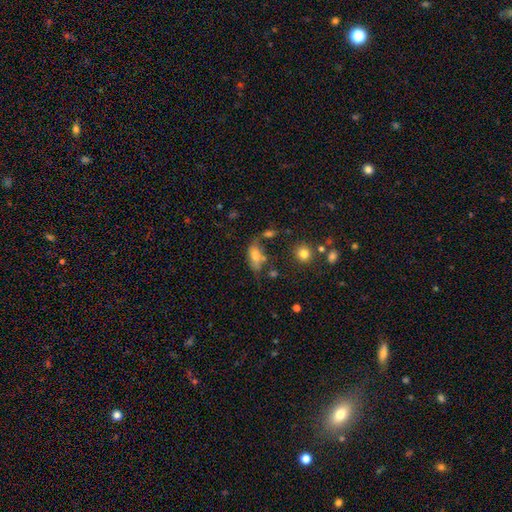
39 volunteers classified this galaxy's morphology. Q: Smooth or featured?
A: smooth (82%); runner-up: star or artifact (10%)
Q: How rounded?
A: in between (91%); runner-up: cigar-shaped (9%)
Q: Merging?
A: none (46%); runner-up: minor disturbance (26%)